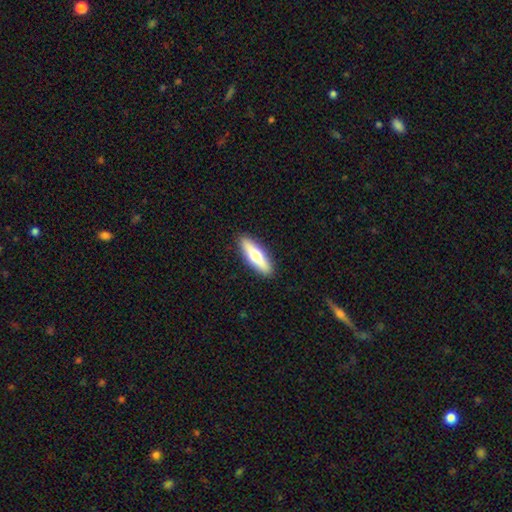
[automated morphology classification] Smooth or featured?
  - smooth: 52% *
  - featured or disk: 42%
  - star or artifact: 6%
How rounded?
  - cigar-shaped: 59% *
  - in between: 39%
  - round: 2%
Merging?
  - none: 90% *
  - minor disturbance: 7%
  - major disturbance: 2%
  - merger: 1%